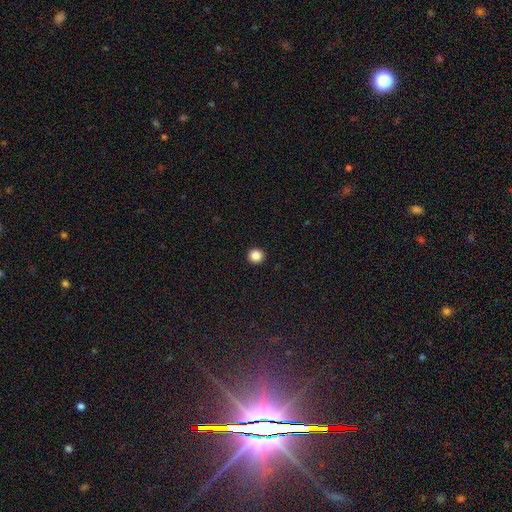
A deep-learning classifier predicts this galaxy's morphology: type=smooth (86%); roundness=round (95%); merging=none (94%).